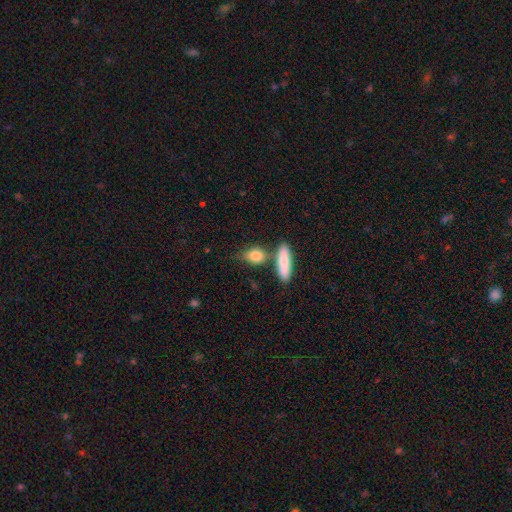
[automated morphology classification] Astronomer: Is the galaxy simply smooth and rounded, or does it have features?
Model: smooth — 83%.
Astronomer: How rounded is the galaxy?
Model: in between — 57%.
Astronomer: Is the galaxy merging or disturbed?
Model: none — 57%.